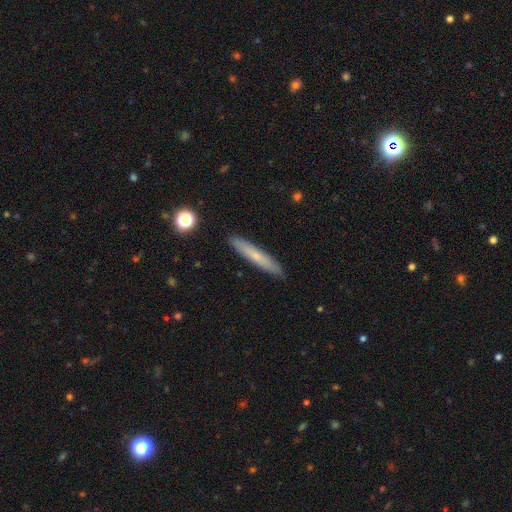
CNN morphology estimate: A smooth galaxy with no disk features (59%) that is cigar-shaped (93%). Merging: none (90%).